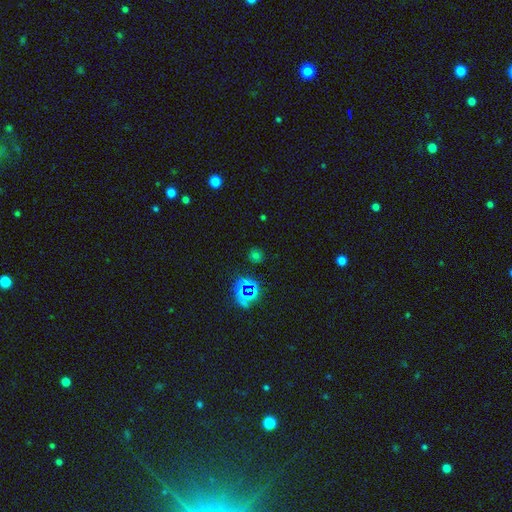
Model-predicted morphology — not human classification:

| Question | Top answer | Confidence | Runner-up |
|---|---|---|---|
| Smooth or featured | smooth | 56% | star or artifact (37%) |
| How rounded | round | 87% | in between (12%) |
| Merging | none | 85% | minor disturbance (9%) |